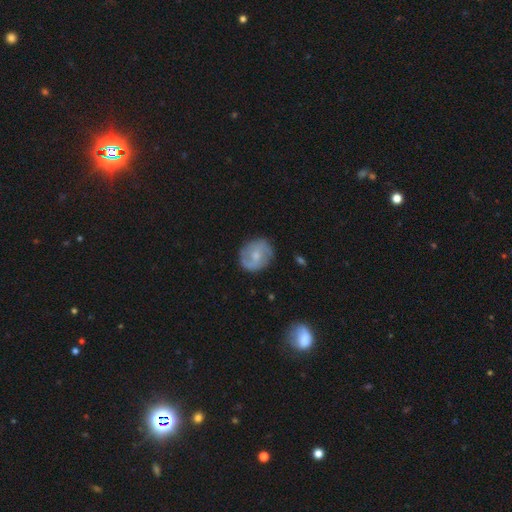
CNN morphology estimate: A featured or disk galaxy (57%) with no bar (49%), spiral arms (84%) and a small central bulge (48%).

Vote fractions:
- Smooth or featured? featured or disk: 57% / smooth: 36% / star or artifact: 7%
- Edge-on disk? no: 97% / yes: 3%
- Bar? no: 49% / weak: 43% / strong: 9%
- Spiral arms? yes: 84% / no: 16%
- Bulge size? small: 48% / moderate: 44% / none: 5% / large: 2% / dominant: 1%
- Merging? none: 80% / minor disturbance: 15% / major disturbance: 4% / merger: 1%